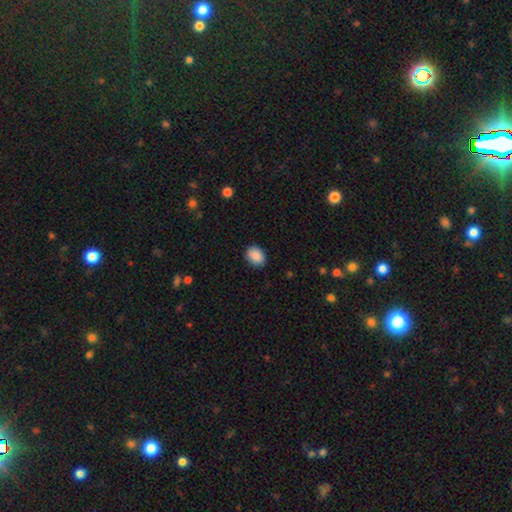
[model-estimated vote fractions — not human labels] This appears to be a smooth galaxy with no disk features (89%) that is in between round and cigar-shaped (64%). Merging: none (87%).